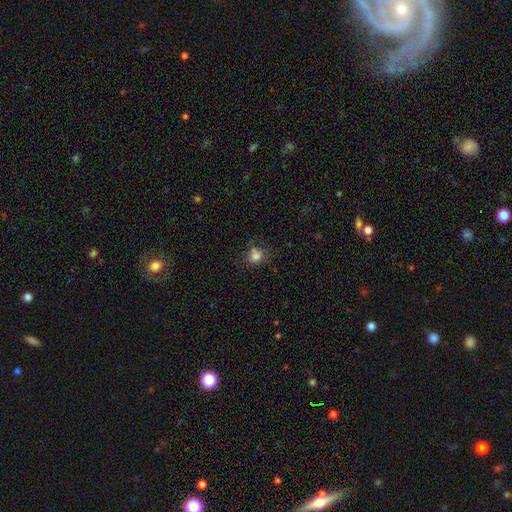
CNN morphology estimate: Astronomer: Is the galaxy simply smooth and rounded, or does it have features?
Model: smooth — 78%.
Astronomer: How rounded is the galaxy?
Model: round — 67%.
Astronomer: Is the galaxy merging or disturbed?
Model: none — 60%.